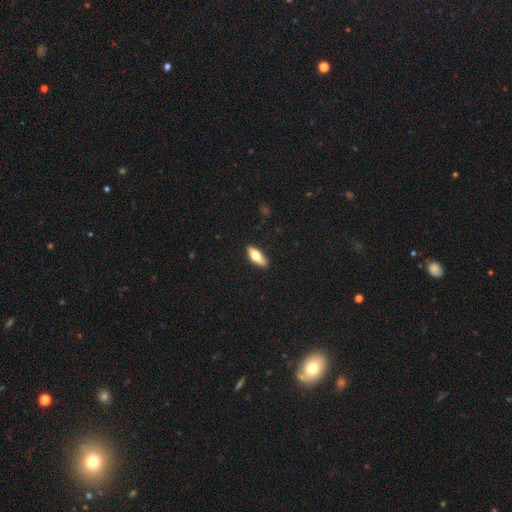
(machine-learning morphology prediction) This appears to be a smooth galaxy with no disk features (63%) that is in between round and cigar-shaped (60%). Merging: none (87%).